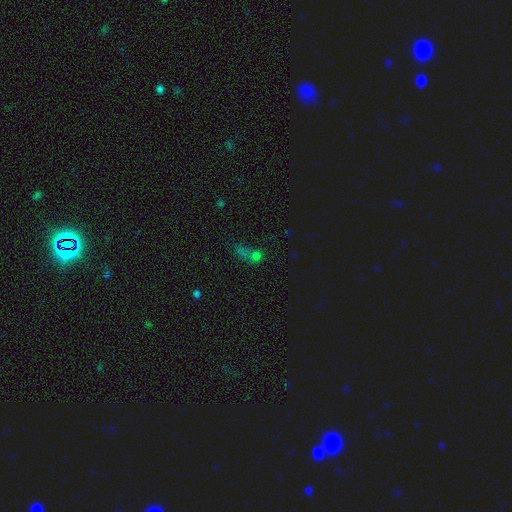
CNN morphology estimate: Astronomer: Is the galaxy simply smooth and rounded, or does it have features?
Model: smooth — 54% (runner-up: star or artifact, 34%).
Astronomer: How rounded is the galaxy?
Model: round — 59% (runner-up: in between, 36%).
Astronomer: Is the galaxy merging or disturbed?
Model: merger — 51% (runner-up: none, 30%).